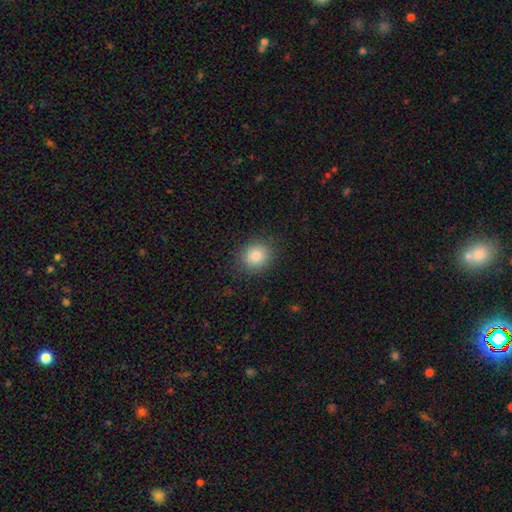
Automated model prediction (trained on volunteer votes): Morphology: type=smooth (83%); roundness=round (78%); merging=none (86%).